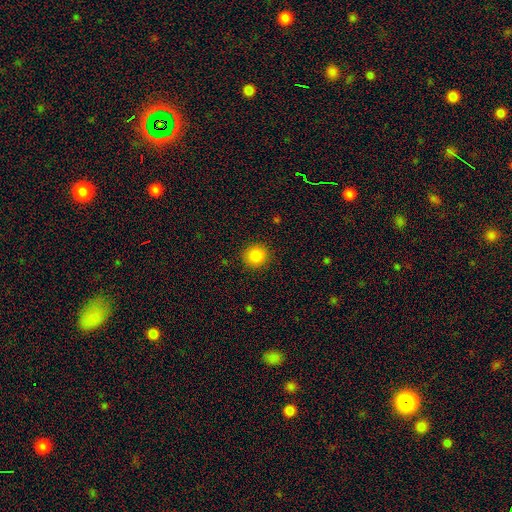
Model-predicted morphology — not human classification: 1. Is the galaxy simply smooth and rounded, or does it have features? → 86% smooth, 10% star or artifact, 4% featured or disk.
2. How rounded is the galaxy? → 91% round, 8% in between, 1% cigar-shaped.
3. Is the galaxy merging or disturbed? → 91% none, 6% minor disturbance, 2% major disturbance, 1% merger.